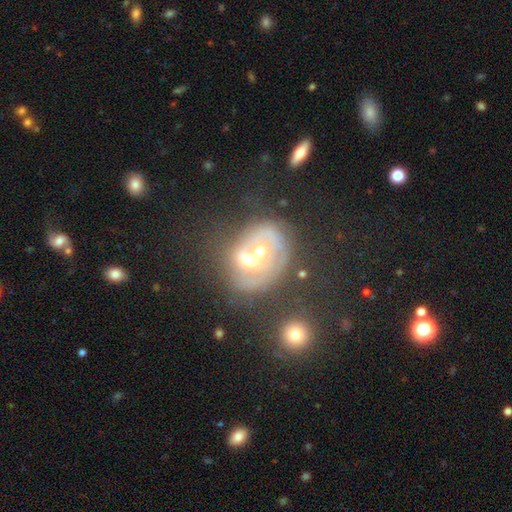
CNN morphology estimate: Smooth or featured? featured or disk (62%)
Edge-on disk? no (97%)
Bar? no (81%)
Spiral arms? yes (51%)
Bulge size? moderate (63%)
Merging? merger (56%)